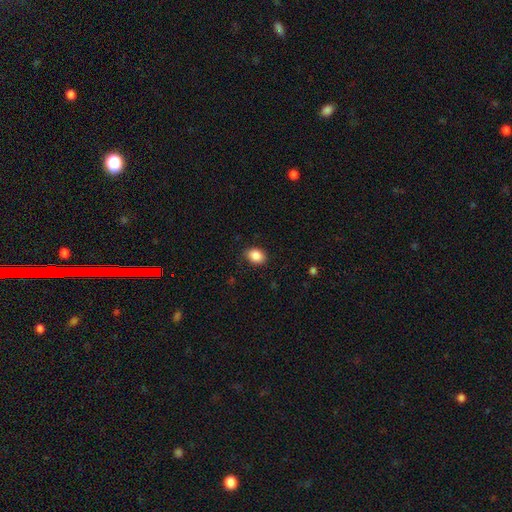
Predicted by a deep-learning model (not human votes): smooth 88%, star or artifact 8%, featured or disk 4%. Down the decision tree: how rounded — in between (71%); merging — none (87%).